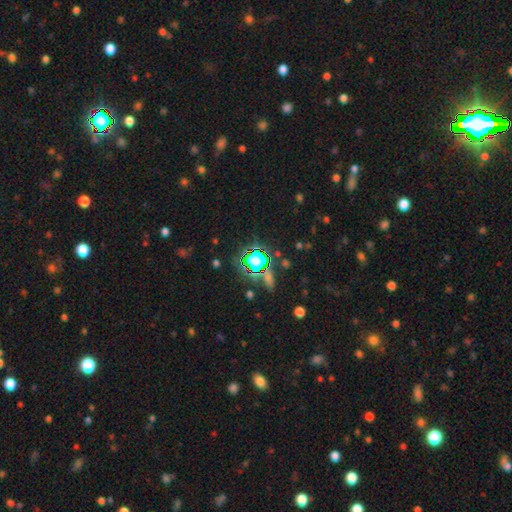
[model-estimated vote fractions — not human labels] Smooth or featured?
  - star or artifact: 59% *
  - smooth: 30%
  - featured or disk: 11%